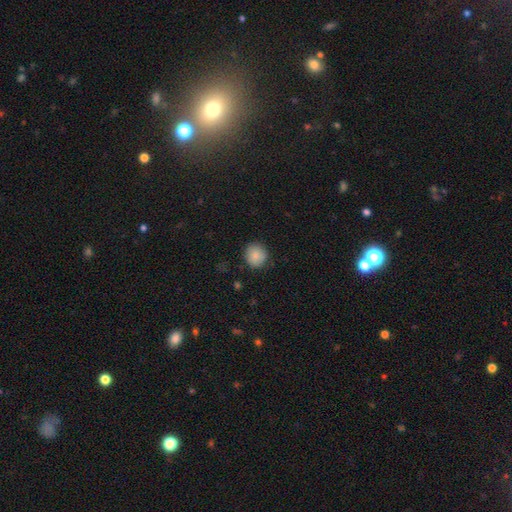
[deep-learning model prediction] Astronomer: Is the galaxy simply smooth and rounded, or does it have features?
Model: smooth — 85%.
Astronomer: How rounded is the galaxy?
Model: round — 87%.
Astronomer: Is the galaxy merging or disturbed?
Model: none — 85%.